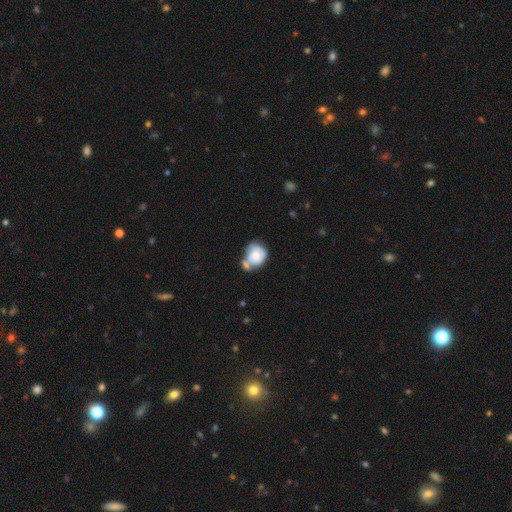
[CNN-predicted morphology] Smooth or featured? smooth (59%)
How rounded? round (66%)
Merging? merger (43%)